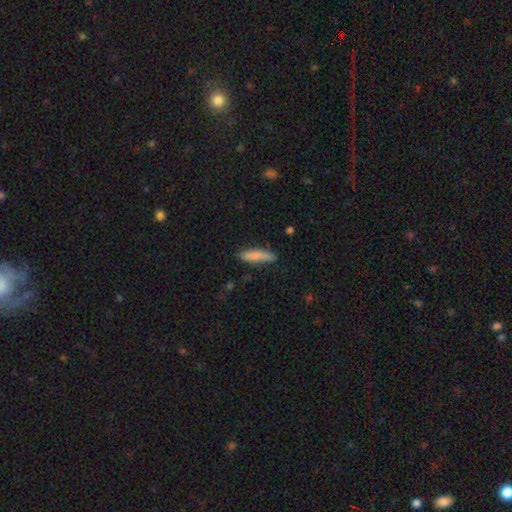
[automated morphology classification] The model was most divided on "how rounded": cigar-shaped: 78%, in between: 21%, round: 2%. More confident: smooth or featured — smooth (82%); merging — none (79%).